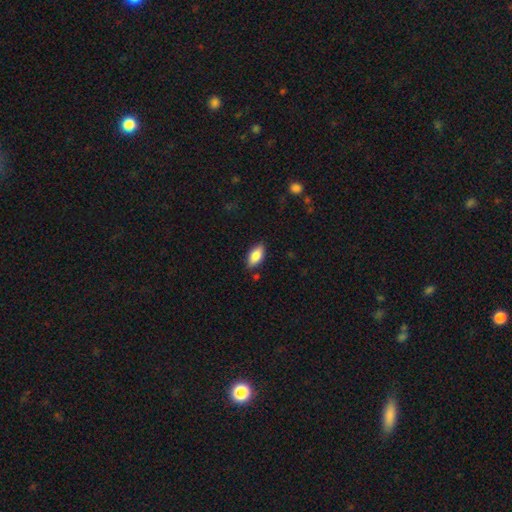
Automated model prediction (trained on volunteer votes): A smooth galaxy with no disk features (84%) that is in between round and cigar-shaped (90%).

Vote fractions:
- Smooth or featured? smooth: 84% / featured or disk: 9% / star or artifact: 7%
- How rounded? in between: 90% / cigar-shaped: 7% / round: 3%
- Merging? none: 84% / minor disturbance: 12% / major disturbance: 2% / merger: 2%